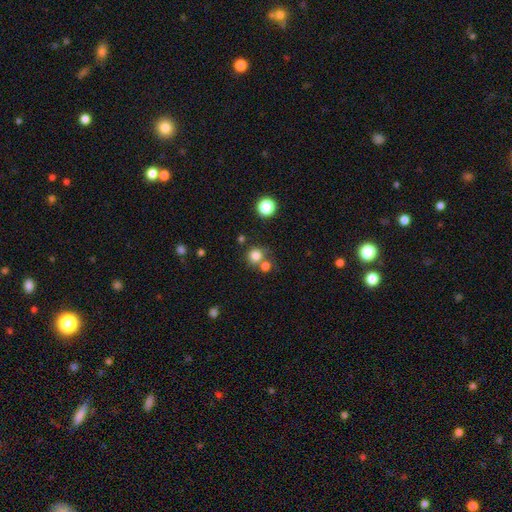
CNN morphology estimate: Smooth or featured?
  - smooth: 80% *
  - star or artifact: 14%
  - featured or disk: 6%
How rounded?
  - round: 90% *
  - in between: 9%
  - cigar-shaped: 1%
Merging?
  - none: 65% *
  - merger: 22%
  - minor disturbance: 9%
  - major disturbance: 4%